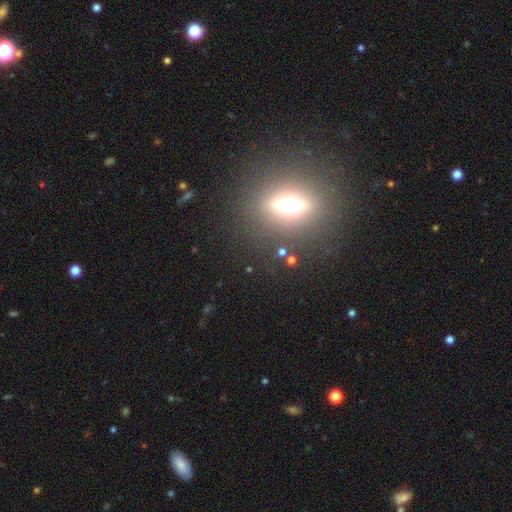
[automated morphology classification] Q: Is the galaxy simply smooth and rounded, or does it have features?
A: smooth — 47%.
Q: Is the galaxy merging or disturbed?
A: none — 87%.